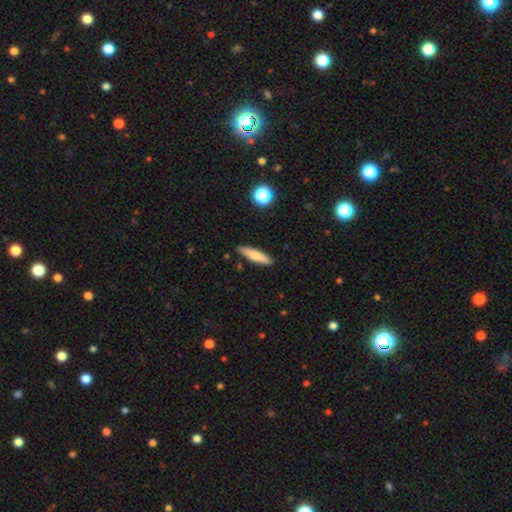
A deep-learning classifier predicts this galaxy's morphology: A smooth galaxy with no disk features (71%) that is cigar-shaped (77%). Merging: none (86%).